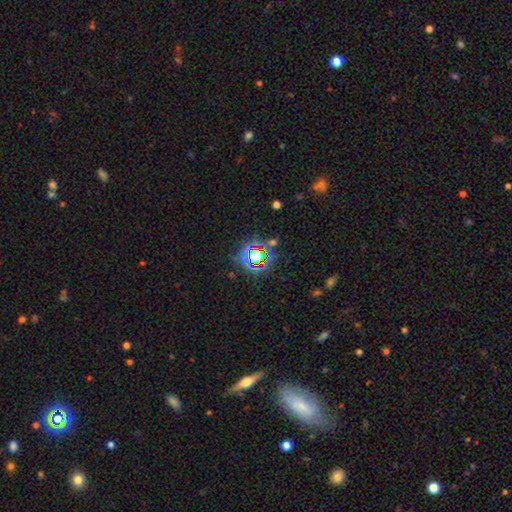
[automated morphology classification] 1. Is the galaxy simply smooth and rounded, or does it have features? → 71% star or artifact, 19% smooth, 10% featured or disk.